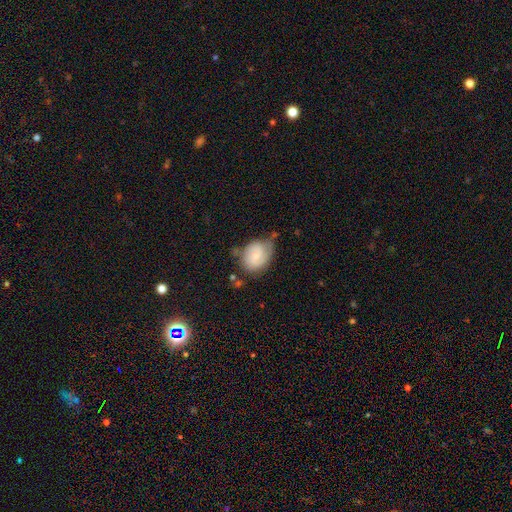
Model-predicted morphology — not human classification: smooth-or-featured: featured or disk: 49% | smooth: 44% | star or artifact: 7%
  merging: none: 51% | minor disturbance: 33% | major disturbance: 11% | merger: 6%